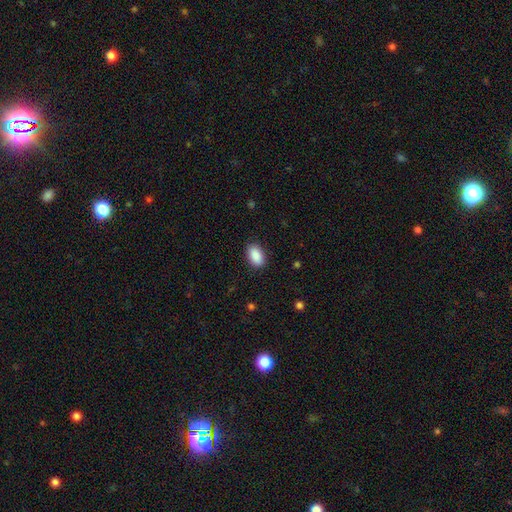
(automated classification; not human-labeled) Smooth or featured? smooth (90%)
How rounded? in between (93%)
Merging? none (87%)